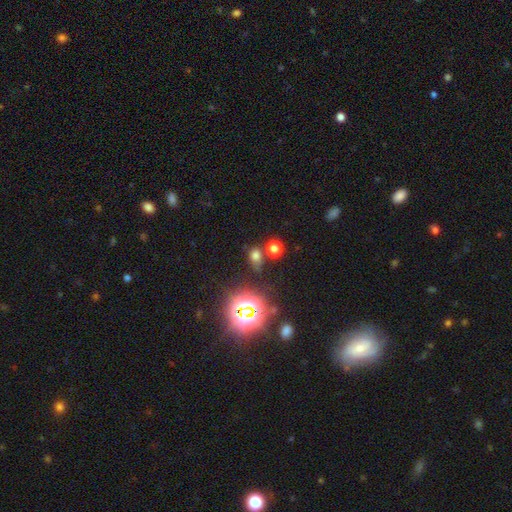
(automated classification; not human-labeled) A smooth galaxy with no disk features (58%) that is in between round and cigar-shaped (49%).

Vote fractions:
- Smooth or featured? smooth: 58% / star or artifact: 34% / featured or disk: 8%
- How rounded? in between: 49% / round: 48% / cigar-shaped: 3%
- Merging? none: 63% / minor disturbance: 16% / merger: 14% / major disturbance: 7%